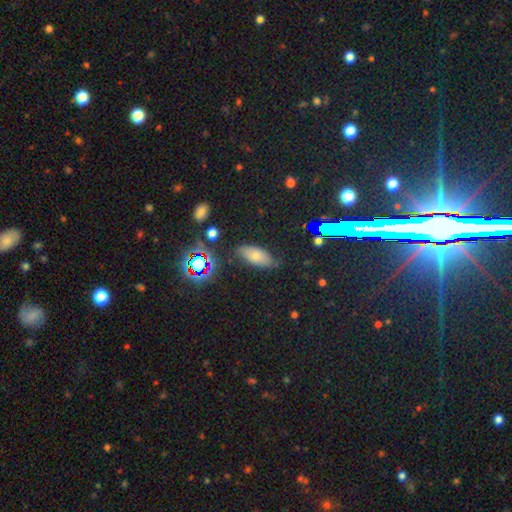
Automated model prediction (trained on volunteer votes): Smooth or featured? Predicted: smooth (p=0.63). How rounded? Predicted: in between (p=0.84). Merging? Predicted: none (p=0.75).